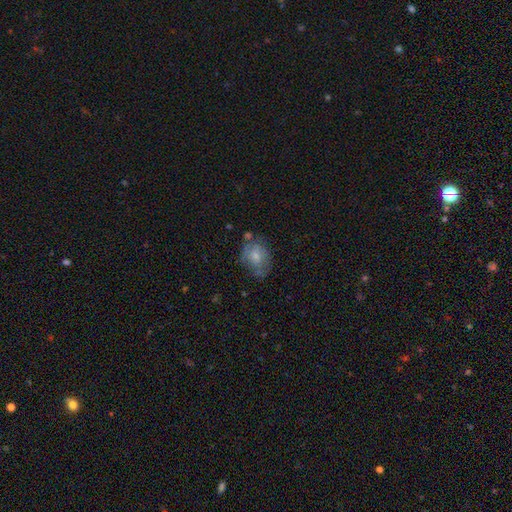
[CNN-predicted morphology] Smooth or featured?
  - smooth: 64% *
  - featured or disk: 27%
  - star or artifact: 8%
How rounded?
  - in between: 62% *
  - round: 36%
  - cigar-shaped: 1%
Merging?
  - none: 49% *
  - minor disturbance: 29%
  - major disturbance: 15%
  - merger: 7%